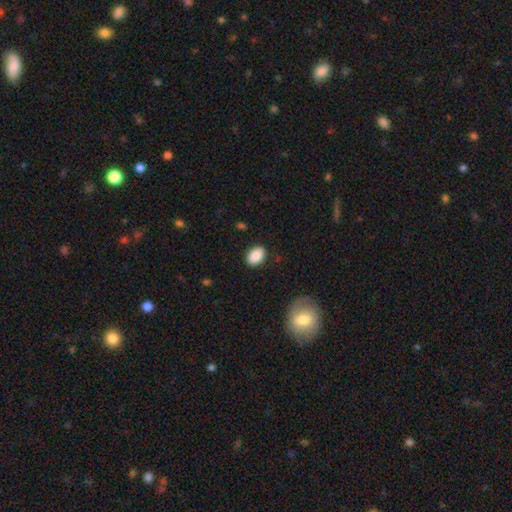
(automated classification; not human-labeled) A smooth galaxy with no disk features (89%) that is in between round and cigar-shaped (82%). Merging: none (86%).